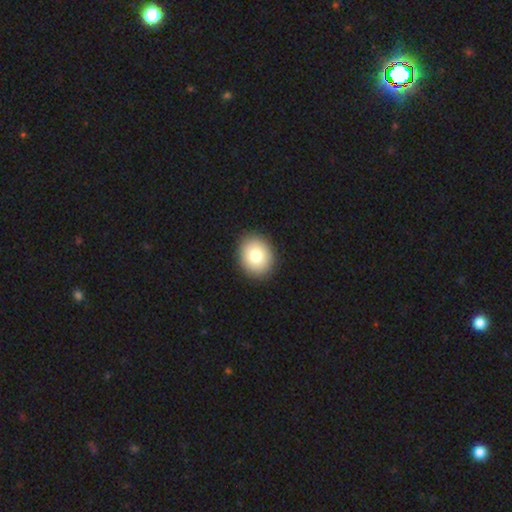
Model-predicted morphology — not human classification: type=smooth (81%); roundness=round (59%); merging=none (91%).